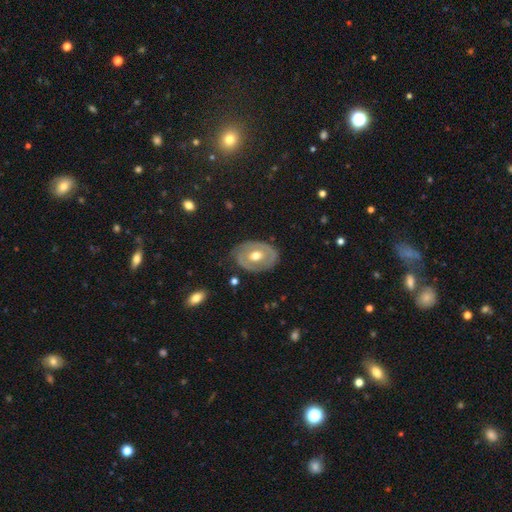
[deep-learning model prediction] Smooth or featured? featured or disk (63%)
Edge-on disk? no (94%)
Bar? no (70%)
Spiral arms? no (61%)
Bulge size? moderate (78%)
Merging? none (74%)